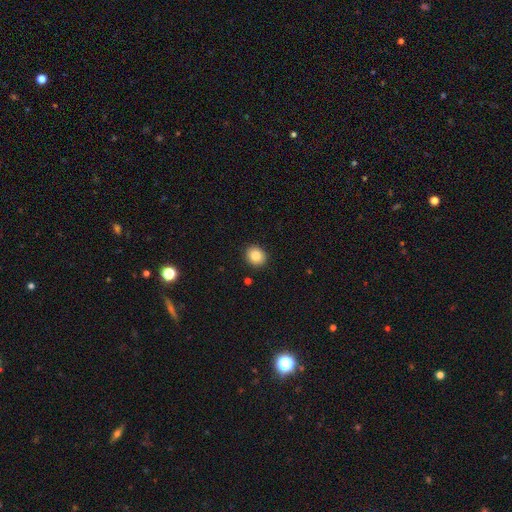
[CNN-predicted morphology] Smooth or featured: smooth — 84% (star or artifact — 9%)
How rounded: round — 77% (in between — 22%)
Merging: none — 92% (minor disturbance — 6%)